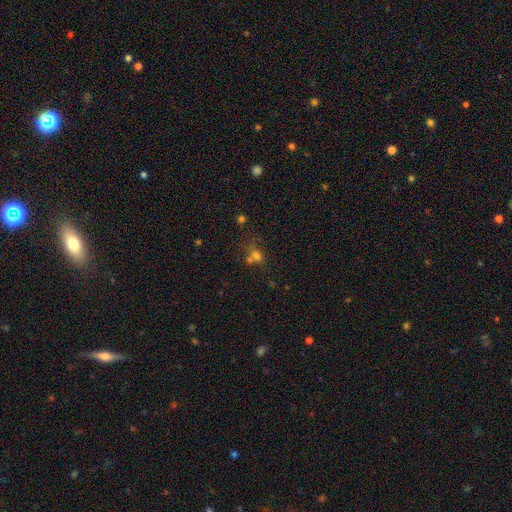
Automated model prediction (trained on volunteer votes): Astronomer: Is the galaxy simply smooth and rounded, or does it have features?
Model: smooth — 65%.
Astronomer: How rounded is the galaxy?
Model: round — 57% (runner-up: in between, 41%).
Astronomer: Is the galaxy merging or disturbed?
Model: merger — 41% (runner-up: none, 37%).